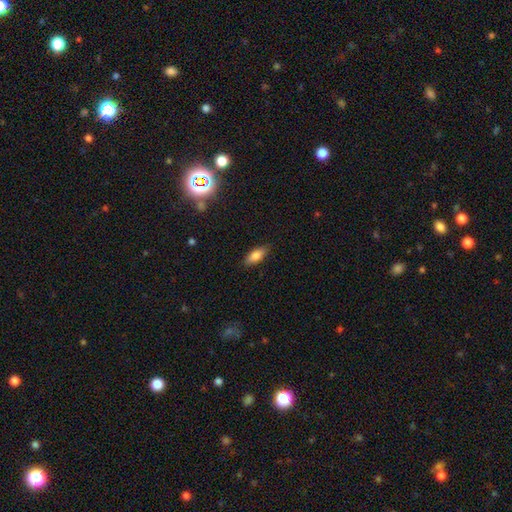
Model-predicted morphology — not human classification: smooth-or-featured: smooth: 79% | featured or disk: 14% | star or artifact: 8%
  how-rounded: in between: 80% | cigar-shaped: 17% | round: 3%
  merging: none: 85% | minor disturbance: 12% | major disturbance: 2% | merger: 1%